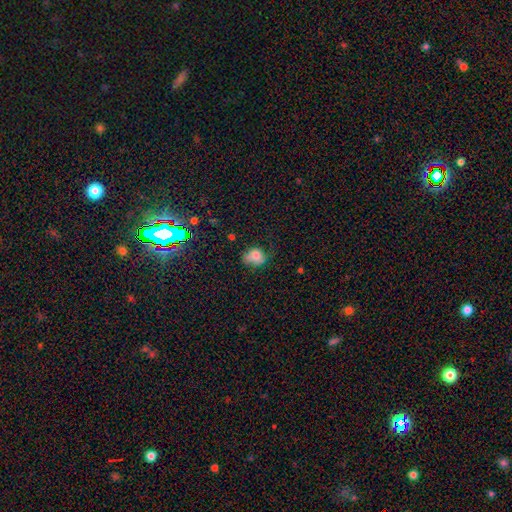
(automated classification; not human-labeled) This appears to be a smooth galaxy with no disk features (75%) that is in between round and cigar-shaped (52%). Merging: none (45%).